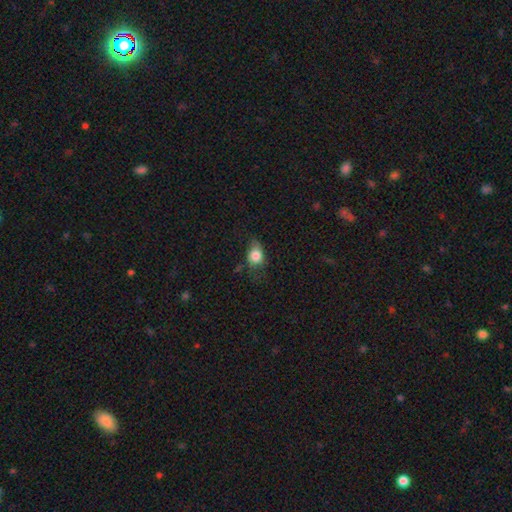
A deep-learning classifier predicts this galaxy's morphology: A smooth galaxy with no disk features (80%) that is in between round and cigar-shaped (58%).

Vote fractions:
- Smooth or featured? smooth: 80% / featured or disk: 11% / star or artifact: 9%
- How rounded? in between: 58% / round: 40% / cigar-shaped: 2%
- Merging? none: 48% / minor disturbance: 34% / major disturbance: 15% / merger: 3%